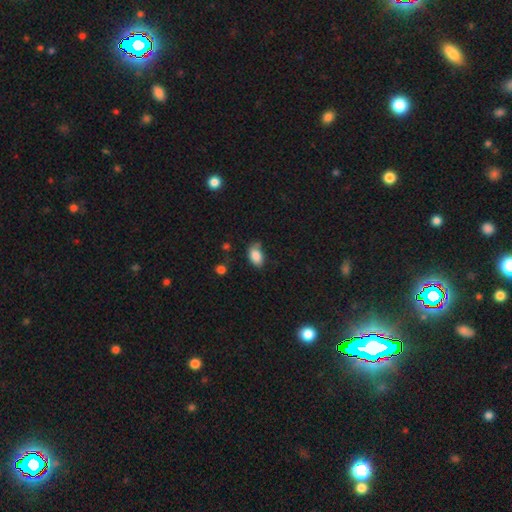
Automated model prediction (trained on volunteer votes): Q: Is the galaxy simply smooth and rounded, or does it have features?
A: smooth — 86%.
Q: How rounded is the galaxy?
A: in between — 90%.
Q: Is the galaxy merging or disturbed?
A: none — 67%.